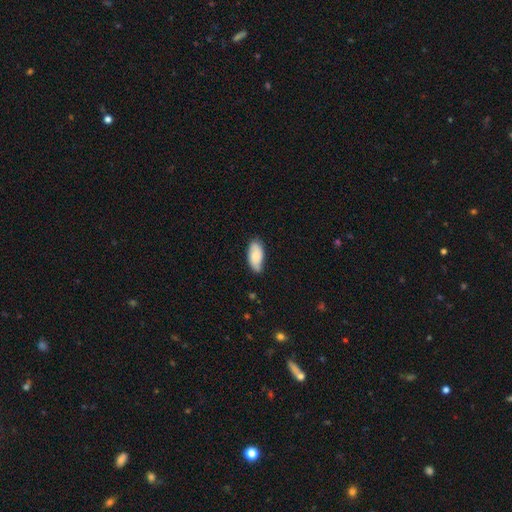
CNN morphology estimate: Smooth or featured? Predicted: smooth (p=0.77). How rounded? Predicted: in between (p=0.91). Merging? Predicted: none (p=0.73).